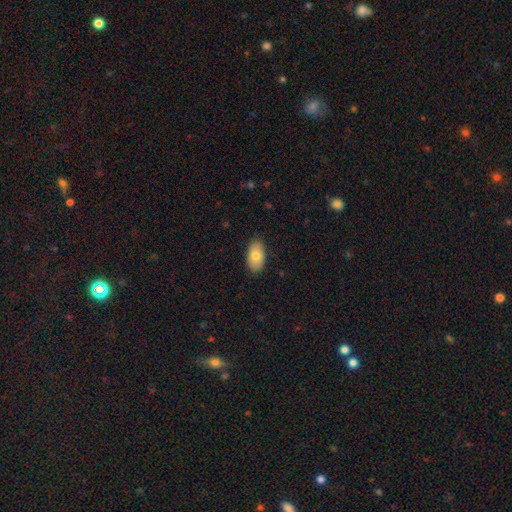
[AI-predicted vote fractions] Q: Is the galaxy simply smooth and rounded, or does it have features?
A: smooth — 80%.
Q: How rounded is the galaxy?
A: in between — 94%.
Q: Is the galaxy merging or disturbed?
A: none — 85%.